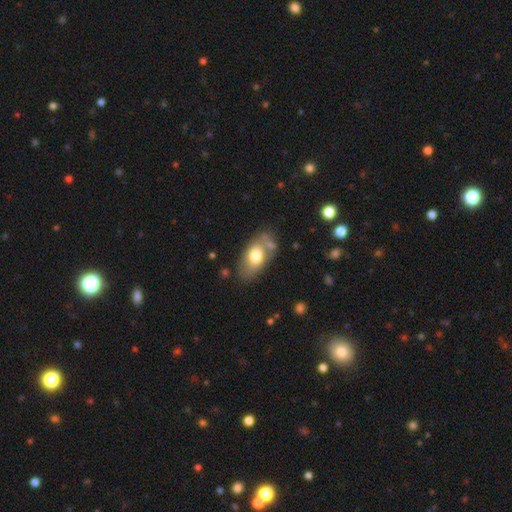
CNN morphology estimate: Q: Smooth or featured?
A: smooth (69%); runner-up: featured or disk (25%)
Q: How rounded?
A: in between (90%); runner-up: round (7%)
Q: Merging?
A: none (59%); runner-up: minor disturbance (21%)